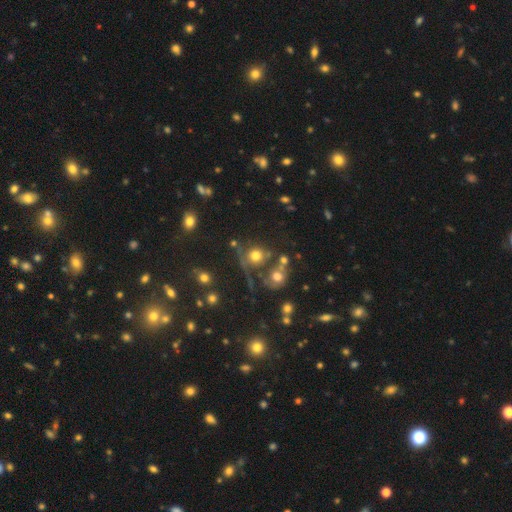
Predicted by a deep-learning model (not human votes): A smooth galaxy with no disk features (68%) that is round (85%).

Vote fractions:
- Smooth or featured? smooth: 68% / star or artifact: 17% / featured or disk: 15%
- How rounded? round: 85% / in between: 14% / cigar-shaped: 1%
- Merging? none: 49% / merger: 24% / minor disturbance: 14% / major disturbance: 13%